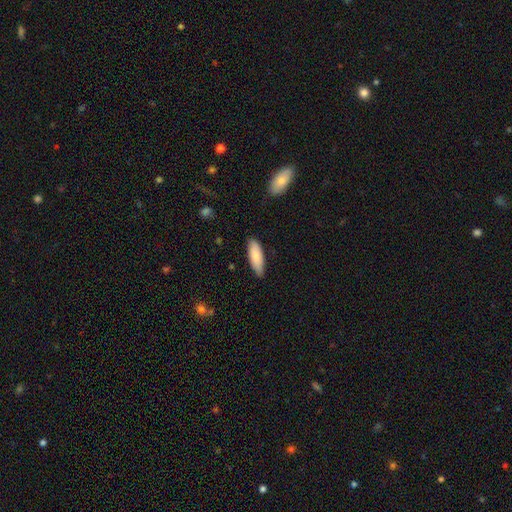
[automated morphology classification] smooth_or_featured: smooth (p=0.85) [alt: featured or disk p=0.10]
how_rounded: in between (p=0.61) [alt: cigar-shaped p=0.37]
merging: none (p=0.82) [alt: minor disturbance p=0.15]